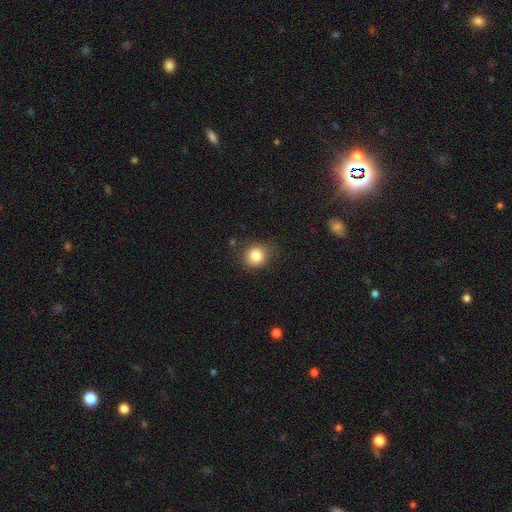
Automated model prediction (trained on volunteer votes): smooth 83%, star or artifact 11%, featured or disk 6%. Down the decision tree: how rounded — round (81%); merging — none (75%).